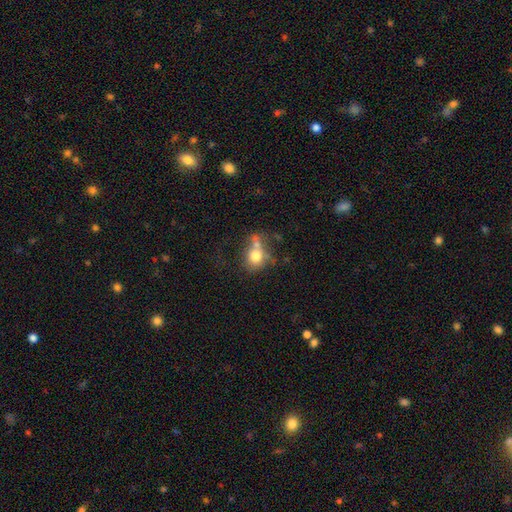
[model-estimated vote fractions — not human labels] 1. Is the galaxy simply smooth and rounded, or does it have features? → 72% smooth, 17% featured or disk, 11% star or artifact.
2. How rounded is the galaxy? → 63% round, 36% in between, 1% cigar-shaped.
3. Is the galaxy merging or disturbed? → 37% none, 33% merger, 17% minor disturbance, 13% major disturbance.